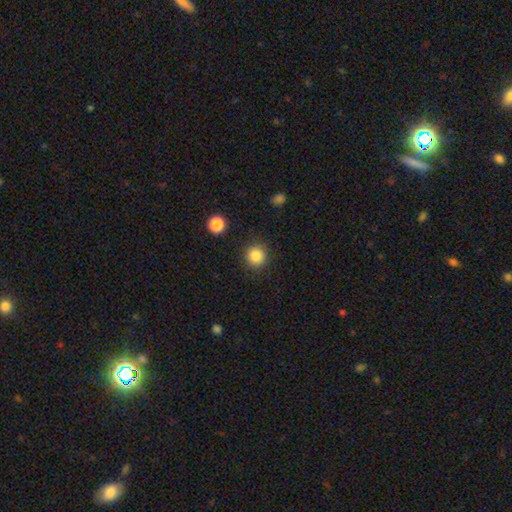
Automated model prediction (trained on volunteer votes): Morphology: type=smooth (85%); roundness=round (93%); merging=none (89%).